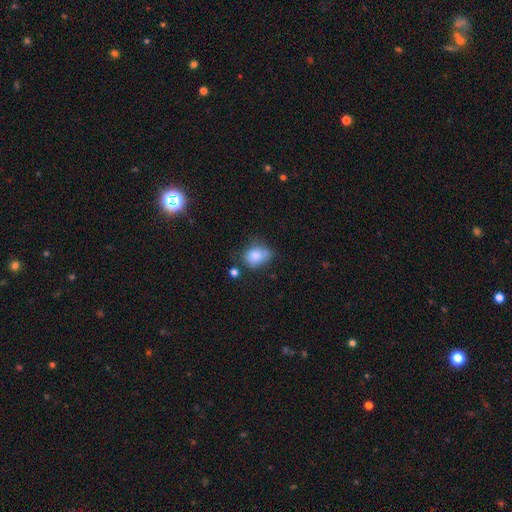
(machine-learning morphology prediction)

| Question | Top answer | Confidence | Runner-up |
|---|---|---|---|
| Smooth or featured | smooth | 81% | star or artifact (9%) |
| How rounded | in between | 52% | round (47%) |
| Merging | none | 47% | minor disturbance (32%) |